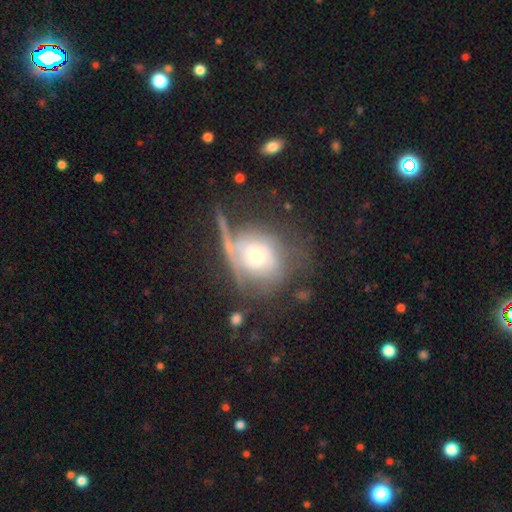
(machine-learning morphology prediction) smooth-or-featured: featured or disk: 57% | smooth: 33% | star or artifact: 10%
  disk-edge-on: no: 91% | yes: 9%
    bar: no: 82% | weak: 13% | strong: 4%
    has-spiral-arms: yes: 53% | no: 47%
    bulge-size: moderate: 66% | small: 24% | large: 8% | dominant: 2% | none: 1%
  merging: none: 43% | major disturbance: 26% | minor disturbance: 21% | merger: 11%